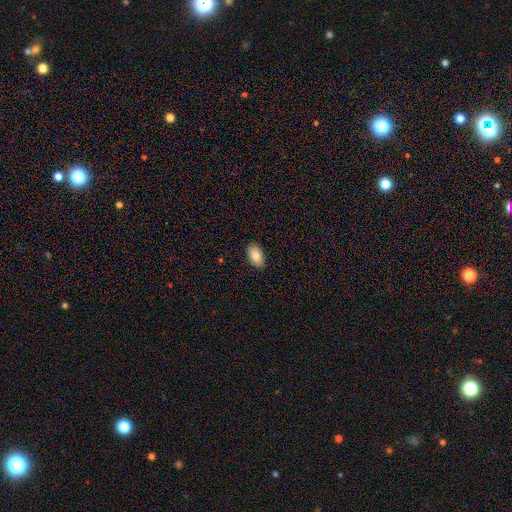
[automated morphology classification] smooth_or_featured: smooth (p=0.86) [alt: featured or disk p=0.07]
how_rounded: in between (p=0.94) [alt: round p=0.04]
merging: none (p=0.87) [alt: minor disturbance p=0.10]